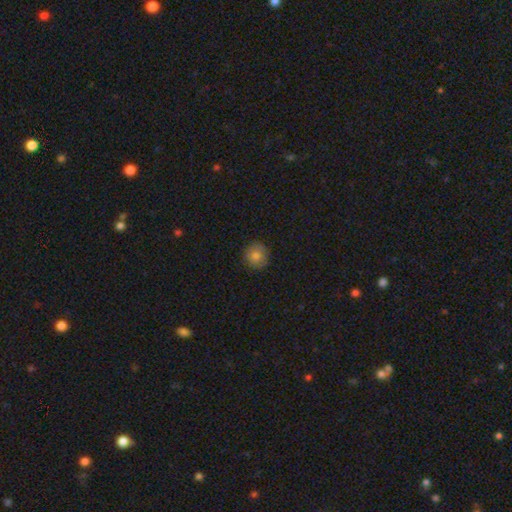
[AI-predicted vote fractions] Smooth or featured: smooth — 81% (featured or disk — 10%)
How rounded: round — 93% (in between — 6%)
Merging: none — 86% (minor disturbance — 10%)